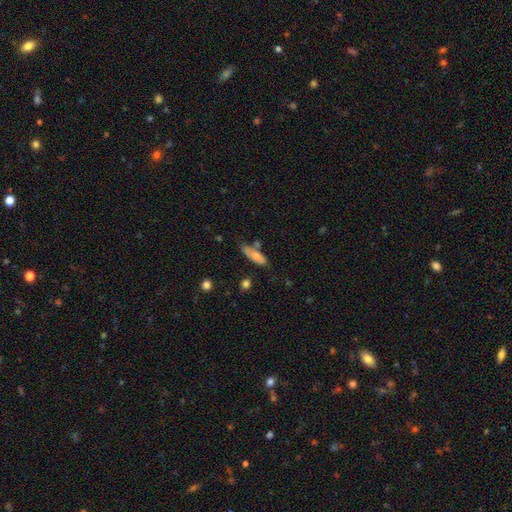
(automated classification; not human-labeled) Overall: smooth (71%). How rounded: in between (52%; cigar-shaped 46%). Merging: none (55%; minor disturbance 25%).